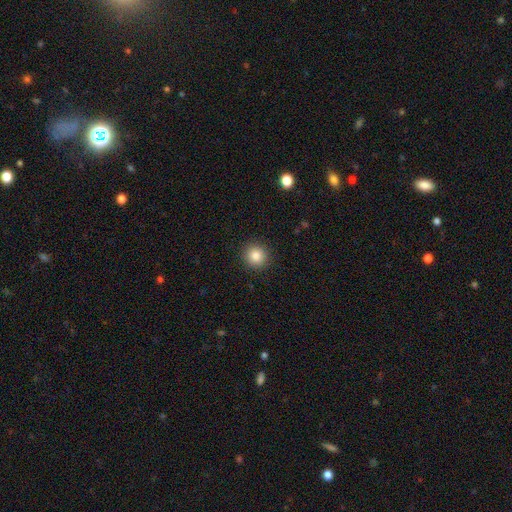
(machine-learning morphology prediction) type=smooth (85%); roundness=round (93%); merging=none (92%).